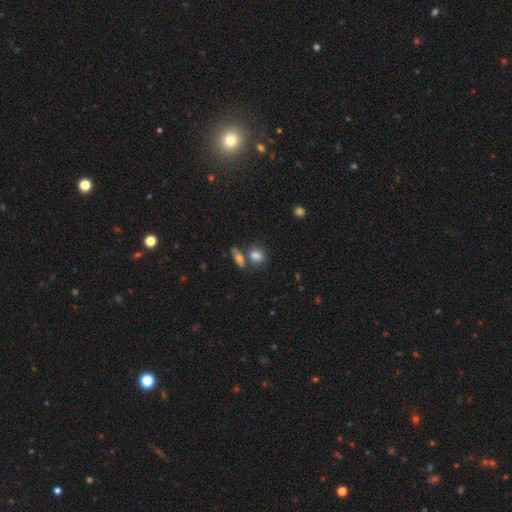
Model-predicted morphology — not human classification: Smooth or featured: smooth — 81% (star or artifact — 10%)
How rounded: in between — 52% (round — 44%)
Merging: none — 53% (merger — 28%)